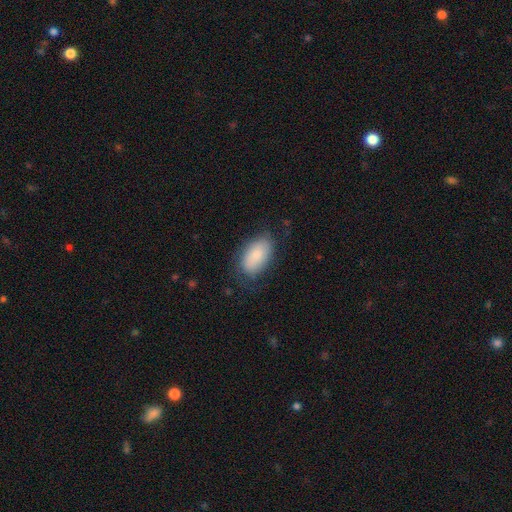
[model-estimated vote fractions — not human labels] Overall: smooth (81%). How rounded: in between (93%). Merging: none (72%).